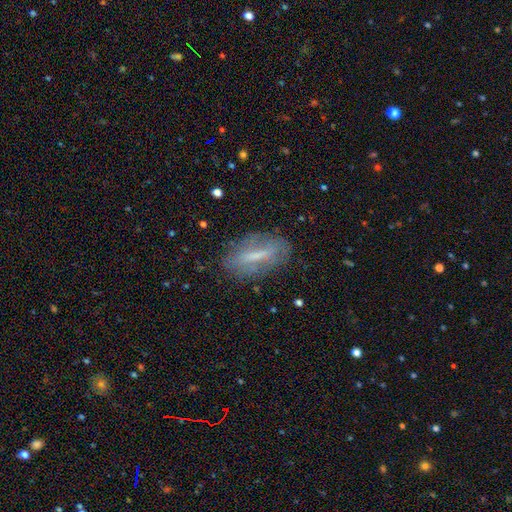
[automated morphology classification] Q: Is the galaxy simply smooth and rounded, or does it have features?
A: featured or disk — 45%, tied with smooth.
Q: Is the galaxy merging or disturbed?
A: none — 74%.